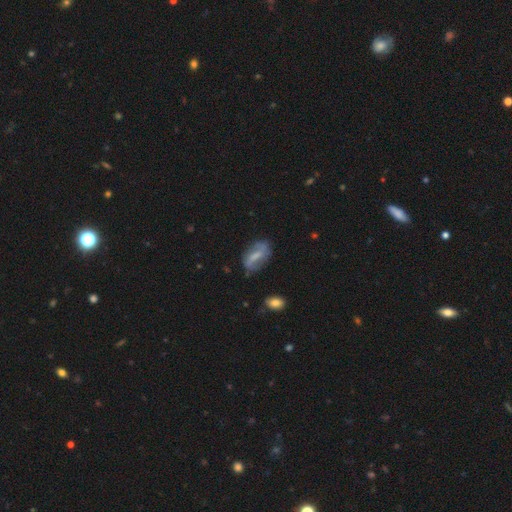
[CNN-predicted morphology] type=featured or disk (55%); edge-on=no (91%); bar=weak (41%); spiral arms=yes (65%); bulge=moderate (32%, tied with small); merging=none (65%).